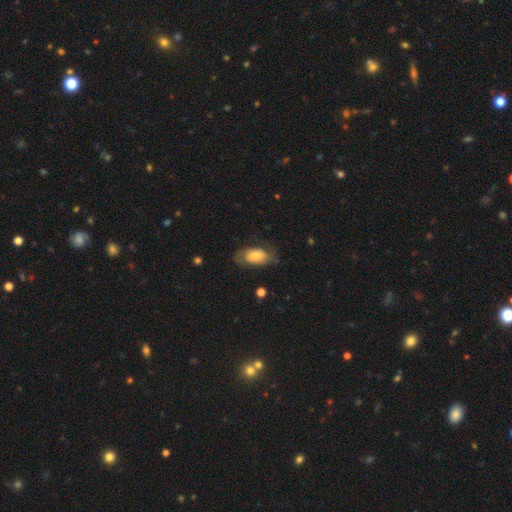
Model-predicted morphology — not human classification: This appears to be a smooth galaxy with no disk features (62%) that is in between round and cigar-shaped (91%). Merging: none (58%).